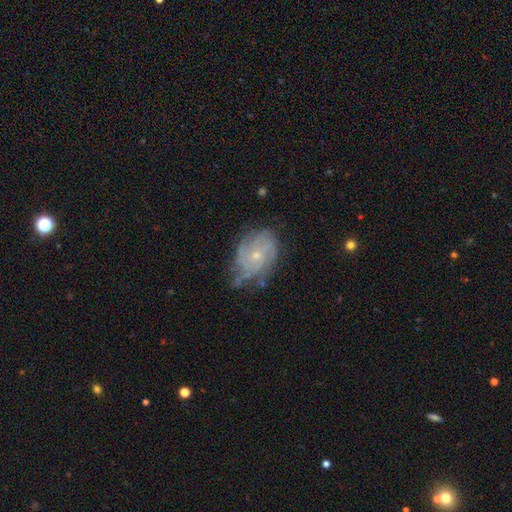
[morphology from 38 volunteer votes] This appears to be a featured or disk galaxy (97%) with no bar (76%), tight (68%) spiral arms (92%) and a small central bulge (68%). Merging: none (68%).